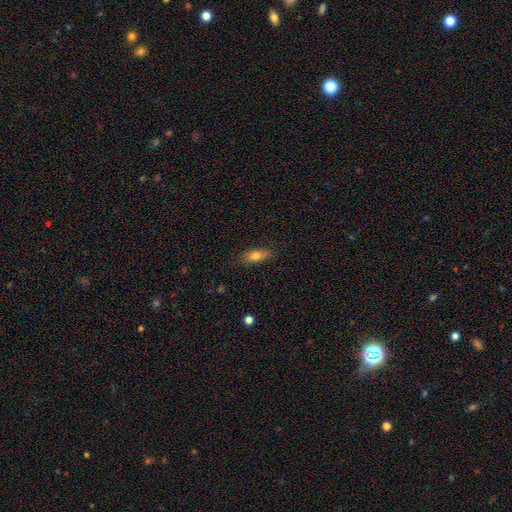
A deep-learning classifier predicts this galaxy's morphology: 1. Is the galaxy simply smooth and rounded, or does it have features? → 76% smooth, 16% featured or disk, 8% star or artifact.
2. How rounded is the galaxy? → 72% in between, 24% cigar-shaped, 4% round.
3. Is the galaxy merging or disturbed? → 82% none, 14% minor disturbance, 3% major disturbance, 1% merger.